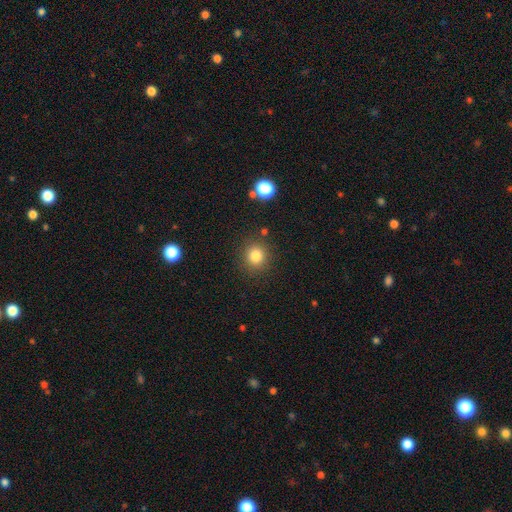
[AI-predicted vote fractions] Overall: smooth (82%). How rounded: round (89%). Merging: none (87%).